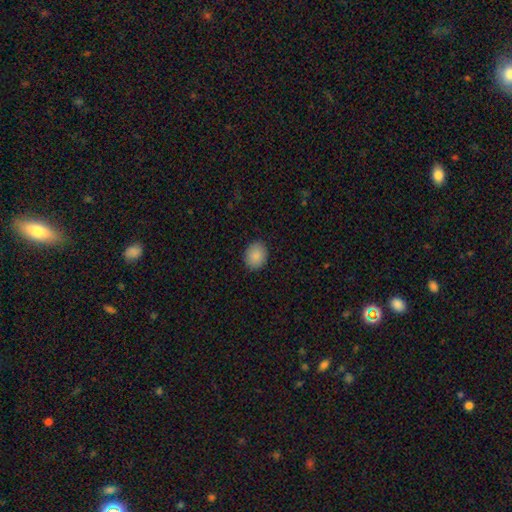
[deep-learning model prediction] The model was most divided on "how rounded": round: 56%, in between: 44%, cigar-shaped: 1%. More confident: merging — none (88%); smooth or featured — smooth (87%).